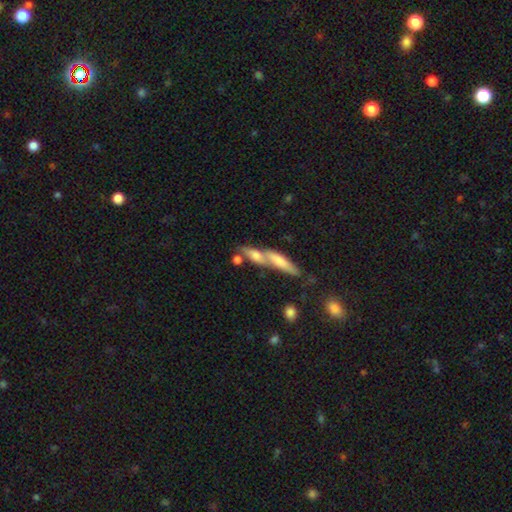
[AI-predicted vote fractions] The model was most divided on "how rounded": cigar-shaped: 53%, in between: 42%, round: 5%. More confident: smooth or featured — smooth (59%); merging — merger (54%).